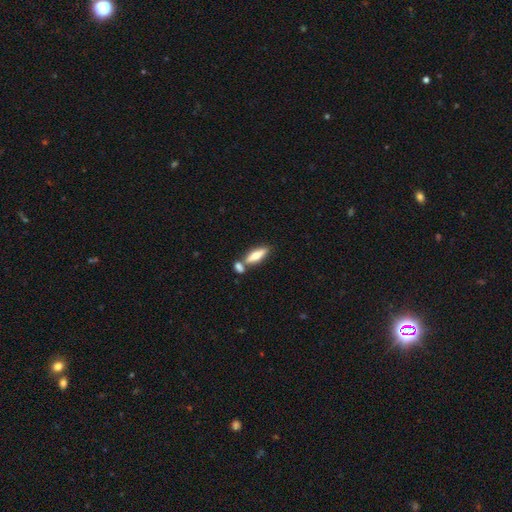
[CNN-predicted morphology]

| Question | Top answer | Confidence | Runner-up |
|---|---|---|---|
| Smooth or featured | smooth | 65% | featured or disk (29%) |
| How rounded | in between | 51% | cigar-shaped (47%) |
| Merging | none | 54% | merger (32%) |